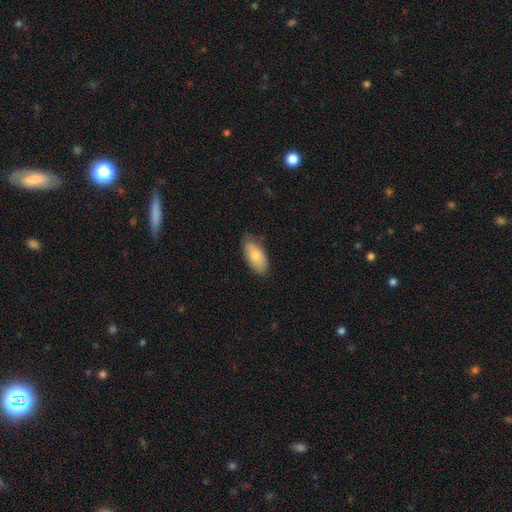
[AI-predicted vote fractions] smooth 76%, featured or disk 18%, star or artifact 6%. Down the decision tree: how rounded — in between (92%); merging — none (74%).